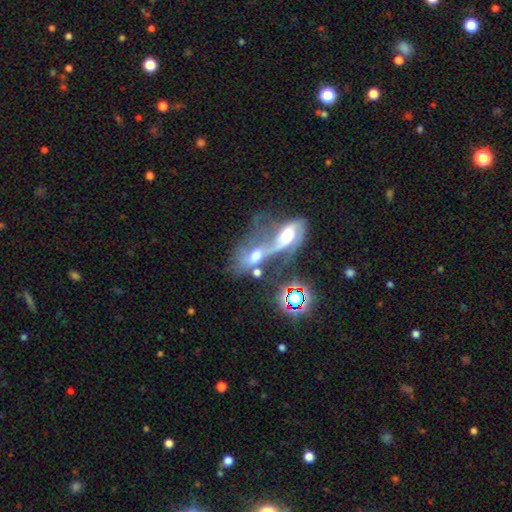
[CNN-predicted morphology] Q: Smooth or featured?
A: featured or disk (54%); runner-up: smooth (30%)
Q: Edge-on disk?
A: no (92%); runner-up: yes (8%)
Q: Merging?
A: merger (75%); runner-up: major disturbance (13%)